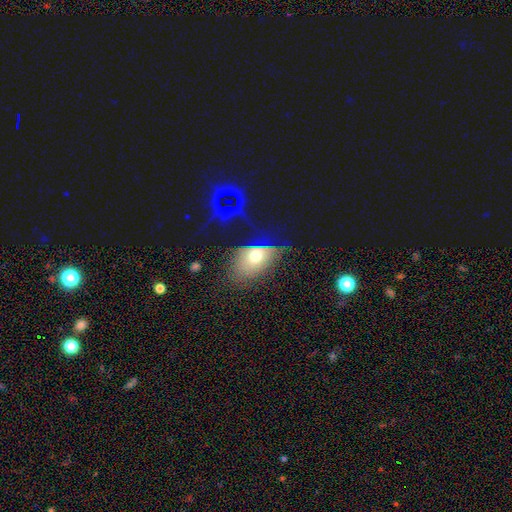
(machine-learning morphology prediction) Smooth or featured? smooth (56%)
How rounded? in between (80%)
Merging? none (44%)